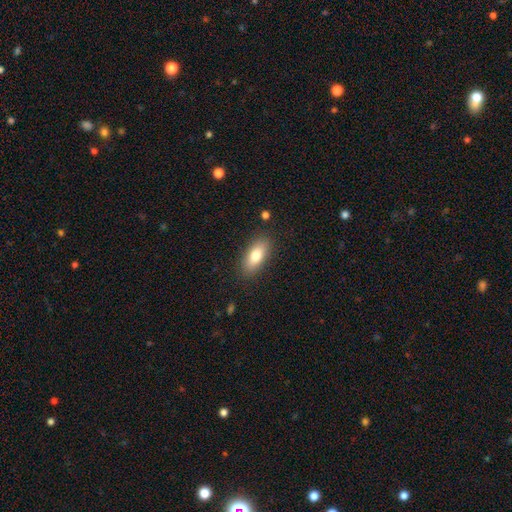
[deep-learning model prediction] This is likely a smooth galaxy (78%). How rounded: clearly in between (82%). Merging: clearly none (86%).